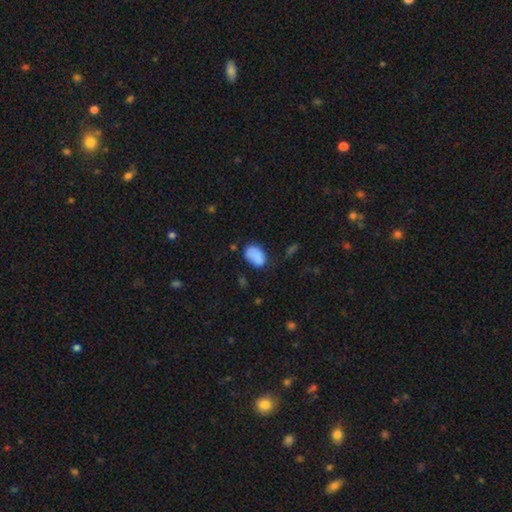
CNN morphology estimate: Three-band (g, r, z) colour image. It shows a smooth galaxy with no disk features (86%) that is in between round and cigar-shaped (89%). Merging: none (64%).